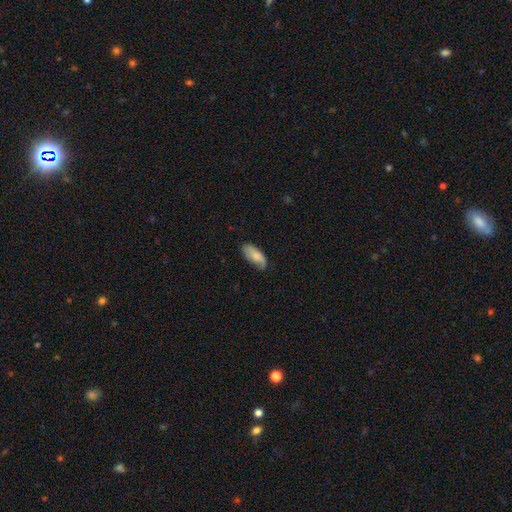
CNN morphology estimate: smooth 77%, featured or disk 17%, star or artifact 6%. Down the decision tree: how rounded — in between (87%); merging — none (60%).